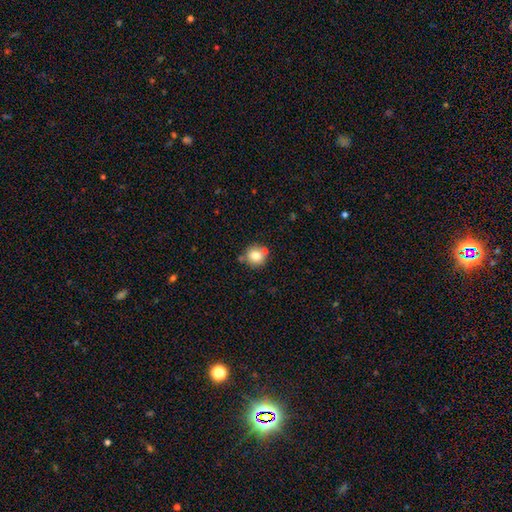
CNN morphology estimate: This is likely a smooth galaxy (78%). How rounded: clearly round (91%). Merging: likely none (71%).